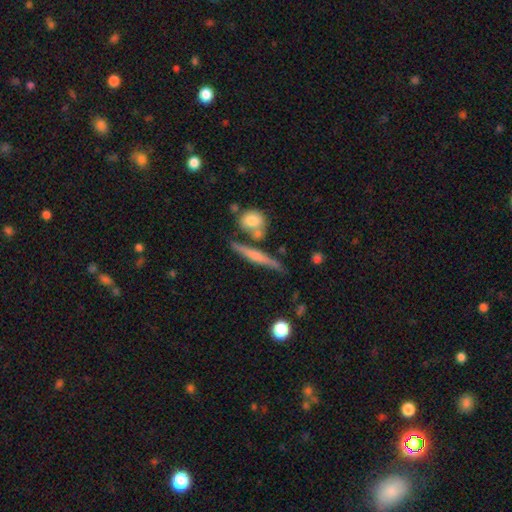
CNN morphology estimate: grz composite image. It shows a featured or disk galaxy (53%) viewed edge-on (94%). Merging: none (73%).